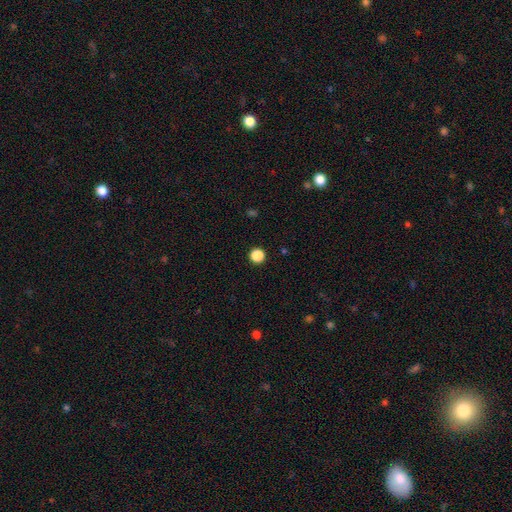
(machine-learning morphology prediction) Smooth or featured? smooth (86%)
How rounded? round (95%)
Merging? none (93%)